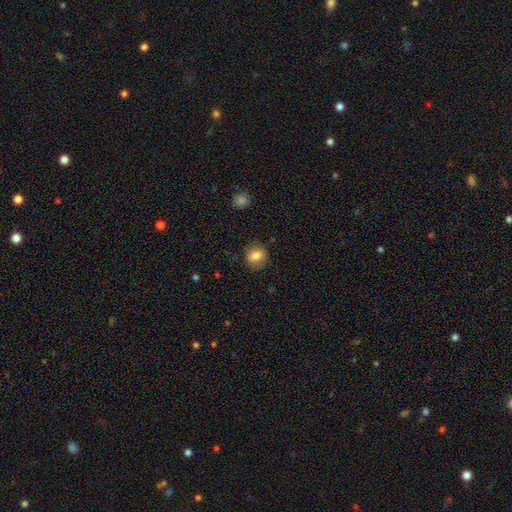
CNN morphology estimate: A smooth galaxy with no disk features (81%) that is round (74%).

Vote fractions:
- Smooth or featured? smooth: 81% / featured or disk: 10% / star or artifact: 9%
- How rounded? round: 74% / in between: 25% / cigar-shaped: 1%
- Merging? none: 83% / minor disturbance: 13% / major disturbance: 4% / merger: 1%